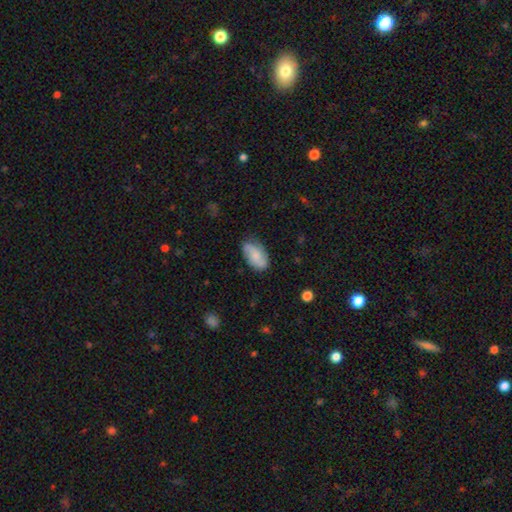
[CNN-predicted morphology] Overall: smooth (62%; featured or disk 31%). How rounded: in between (93%). Merging: none (73%).